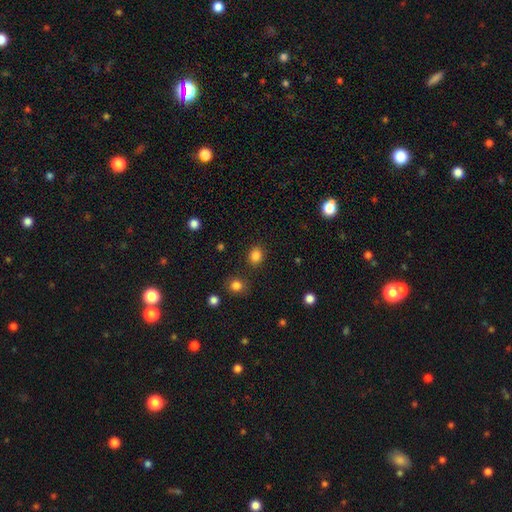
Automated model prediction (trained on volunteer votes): smooth_or_featured: smooth (p=0.84) [alt: star or artifact p=0.12]
how_rounded: round (p=0.65) [alt: in between p=0.34]
merging: none (p=0.85) [alt: minor disturbance p=0.08]